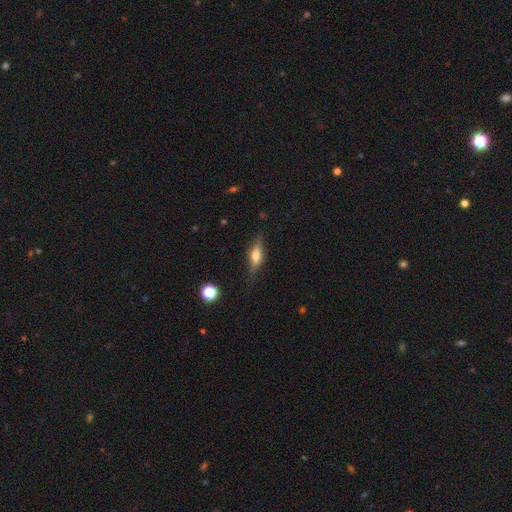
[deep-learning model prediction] A featured or disk galaxy (54%) viewed edge-on (92%) with a rounded central bulge (88%). Merging: none (78%).